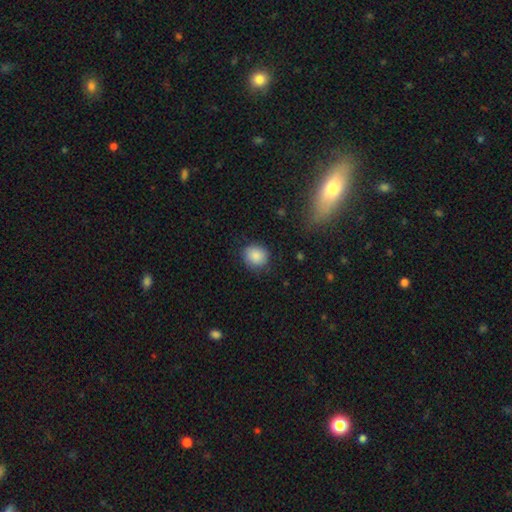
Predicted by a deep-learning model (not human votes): Smooth or featured? Predicted: smooth (p=0.86). How rounded? Predicted: round (p=0.80). Merging? Predicted: none (p=0.83).